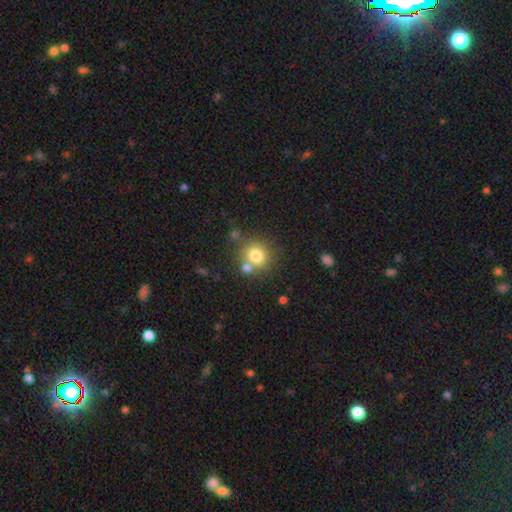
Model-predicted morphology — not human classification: smooth-or-featured: smooth: 78% | star or artifact: 12% | featured or disk: 10%
  how-rounded: round: 86% | in between: 13% | cigar-shaped: 1%
  merging: none: 65% | merger: 20% | minor disturbance: 11% | major disturbance: 4%